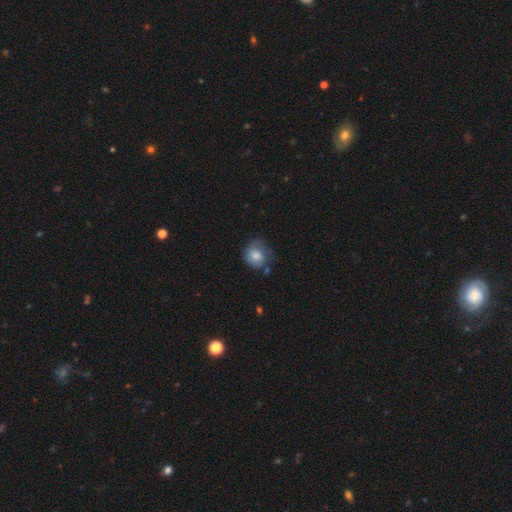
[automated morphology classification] The model was most divided on "merging": none: 53%, minor disturbance: 30%, major disturbance: 14%, merger: 4%. More confident: how rounded — round (66%); smooth or featured — smooth (65%).